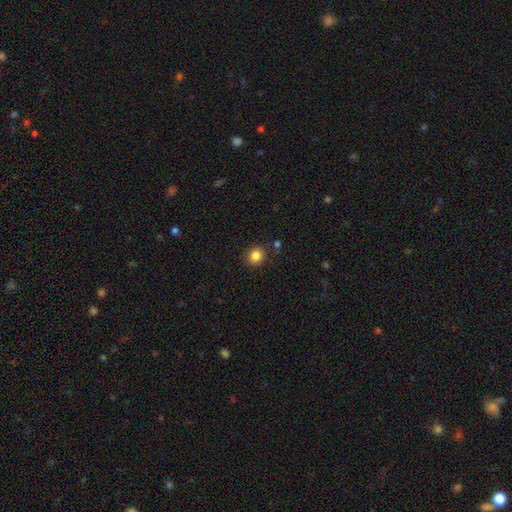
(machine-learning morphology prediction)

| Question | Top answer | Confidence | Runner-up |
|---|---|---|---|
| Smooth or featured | smooth | 84% | star or artifact (11%) |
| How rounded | round | 79% | in between (20%) |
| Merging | none | 86% | minor disturbance (8%) |